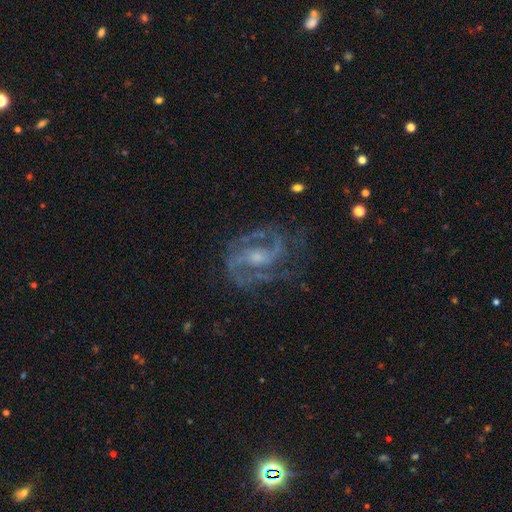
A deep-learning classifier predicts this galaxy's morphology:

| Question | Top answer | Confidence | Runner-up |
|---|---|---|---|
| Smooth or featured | featured or disk | 89% | star or artifact (7%) |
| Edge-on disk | no | 98% | yes (2%) |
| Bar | weak | 44% | no (41%) |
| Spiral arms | yes | 96% | no (4%) |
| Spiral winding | medium | 57% | tight (26%) |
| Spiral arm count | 2 | 69% | 3 (14%) |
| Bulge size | small | 57% | moderate (32%) |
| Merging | none | 66% | minor disturbance (18%) |